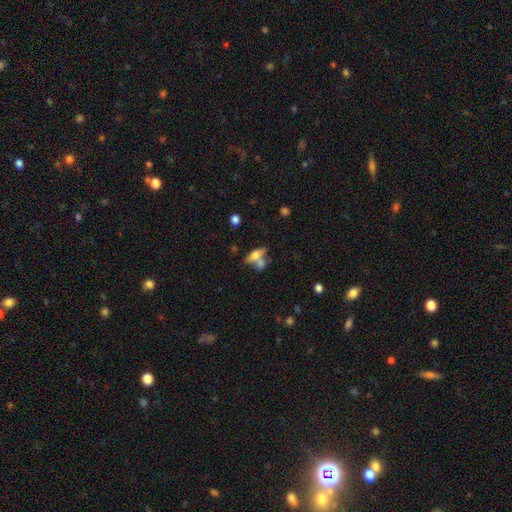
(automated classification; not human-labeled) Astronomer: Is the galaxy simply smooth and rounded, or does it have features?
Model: smooth — 53% (runner-up: featured or disk, 37%).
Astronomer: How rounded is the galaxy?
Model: in between — 62%.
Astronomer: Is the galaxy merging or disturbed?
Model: none — 42% (runner-up: merger, 41%).